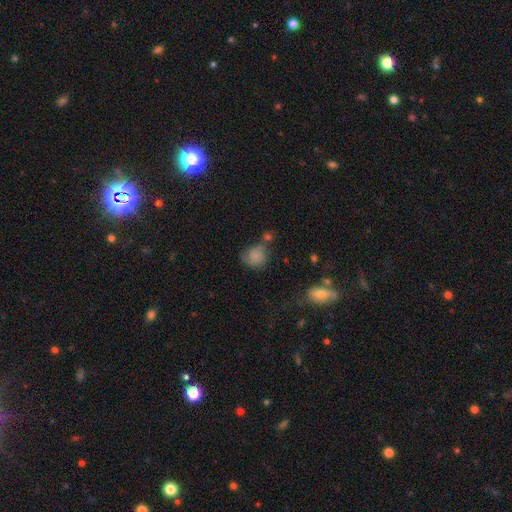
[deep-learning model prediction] Smooth or featured?
  - smooth: 75% *
  - featured or disk: 15%
  - star or artifact: 11%
How rounded?
  - round: 72% *
  - in between: 27%
  - cigar-shaped: 1%
Merging?
  - none: 47% *
  - minor disturbance: 25%
  - merger: 15%
  - major disturbance: 13%